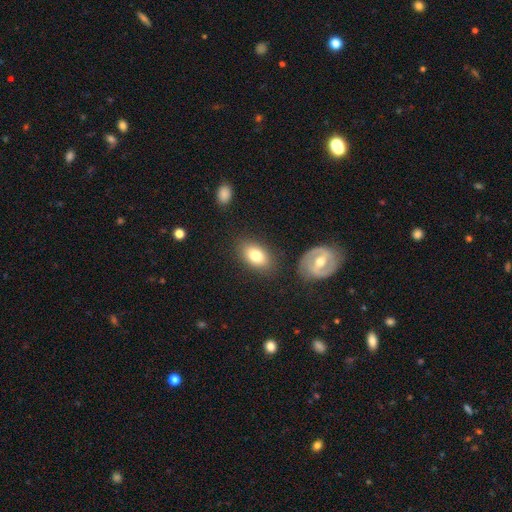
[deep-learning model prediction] smooth 78%, featured or disk 15%, star or artifact 8%. Down the decision tree: how rounded — in between (86%); merging — none (81%).